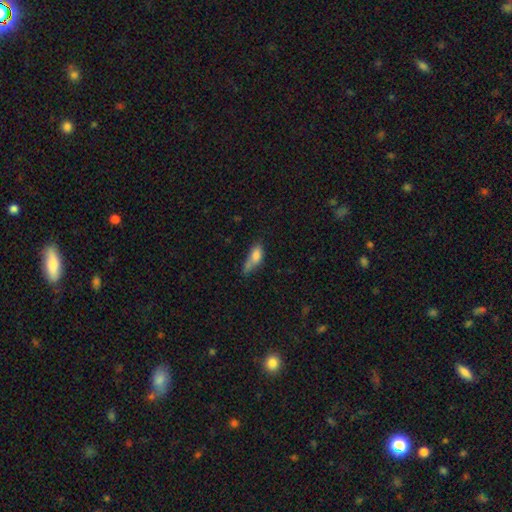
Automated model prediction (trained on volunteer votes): Q: Smooth or featured?
A: smooth (76%); runner-up: featured or disk (15%)
Q: How rounded?
A: in between (70%); runner-up: cigar-shaped (25%)
Q: Merging?
A: none (32%); tied with: minor disturbance (32%)